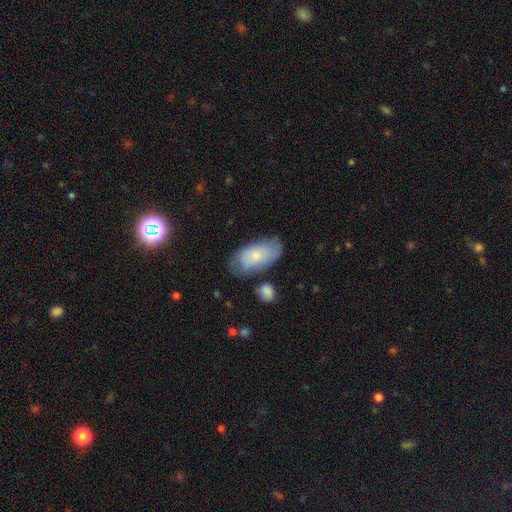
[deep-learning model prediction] Overall: smooth (73%). How rounded: in between (94%). Merging: none (64%; minor disturbance 24%).